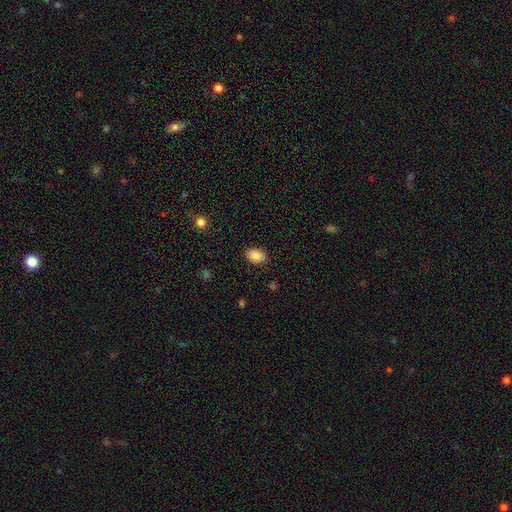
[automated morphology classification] A smooth galaxy with no disk features (88%) that is in between round and cigar-shaped (82%). Merging: none (87%).